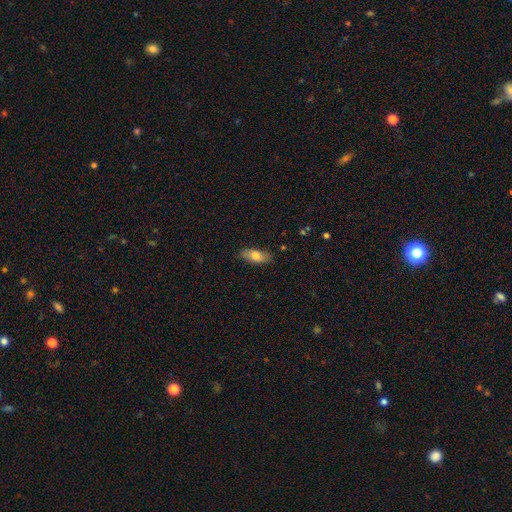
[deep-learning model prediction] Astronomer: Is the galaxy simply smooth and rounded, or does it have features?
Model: smooth — 75%.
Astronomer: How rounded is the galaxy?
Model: in between — 81%.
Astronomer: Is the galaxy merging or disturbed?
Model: none — 83%.